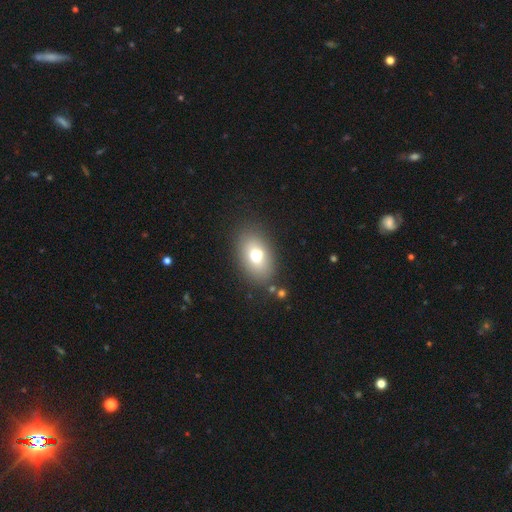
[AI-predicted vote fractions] The model was most divided on "smooth or featured": smooth: 71%, featured or disk: 18%, star or artifact: 11%. More confident: how rounded — in between (84%); merging — none (82%).